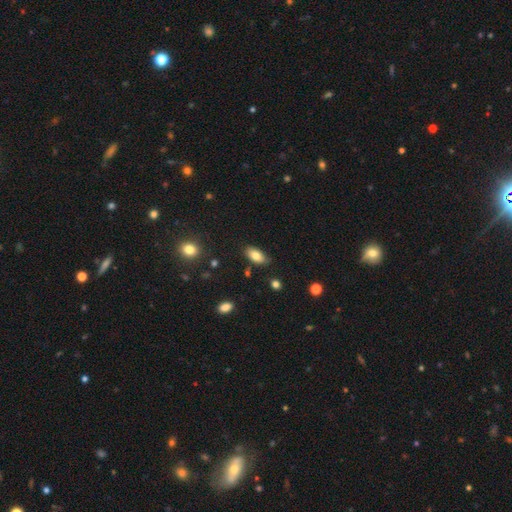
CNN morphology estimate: Smooth or featured? Predicted: smooth (p=0.81). How rounded? Predicted: in between (p=0.91). Merging? Predicted: none (p=0.81).